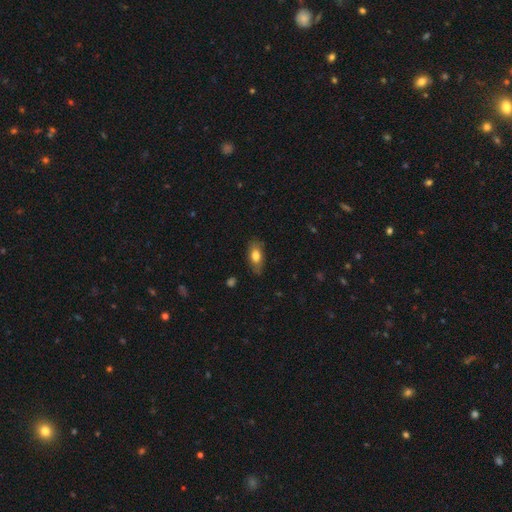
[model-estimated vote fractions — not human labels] Smooth or featured?
  - smooth: 74% *
  - featured or disk: 19%
  - star or artifact: 7%
How rounded?
  - in between: 85% *
  - cigar-shaped: 10%
  - round: 5%
Merging?
  - none: 79% *
  - minor disturbance: 16%
  - major disturbance: 3%
  - merger: 1%